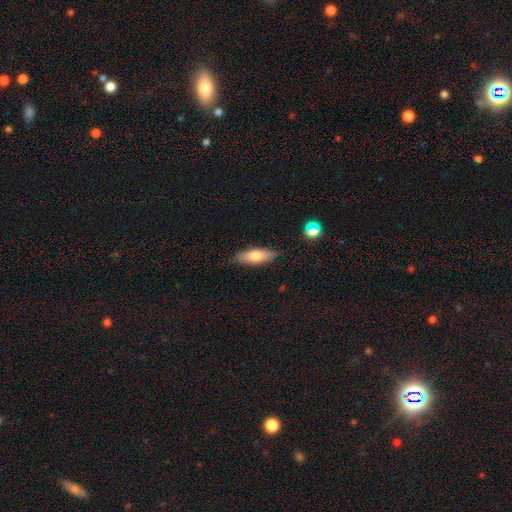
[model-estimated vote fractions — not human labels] The model was most divided on "how rounded": in between: 55%, cigar-shaped: 43%, round: 2%. More confident: merging — none (85%); smooth or featured — smooth (70%).